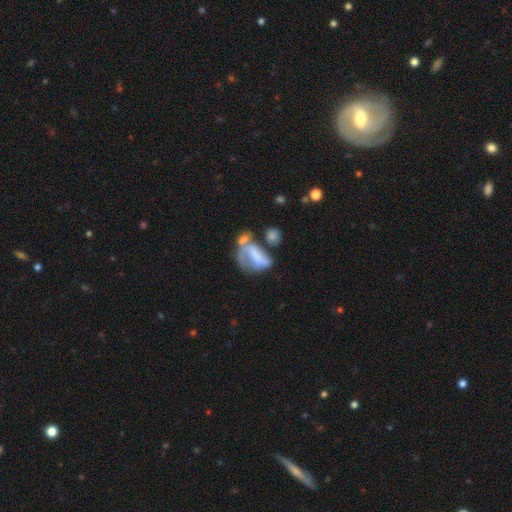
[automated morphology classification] smooth-or-featured: featured or disk: 49% | smooth: 41% | star or artifact: 10%
  merging: merger: 32% | major disturbance: 31% | none: 20% | minor disturbance: 17%